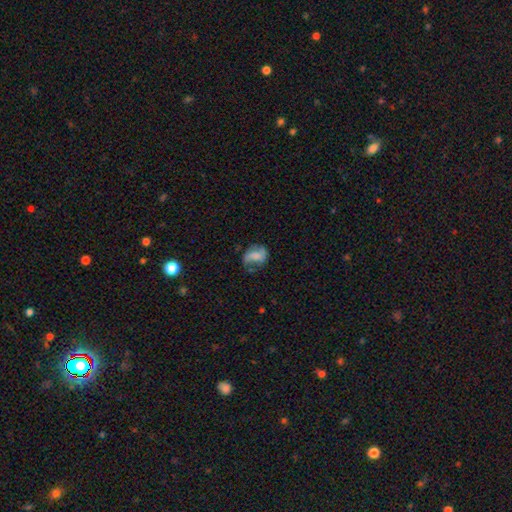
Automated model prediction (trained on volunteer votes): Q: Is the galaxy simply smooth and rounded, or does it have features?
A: smooth — 50%.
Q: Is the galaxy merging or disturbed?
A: none — 47%.